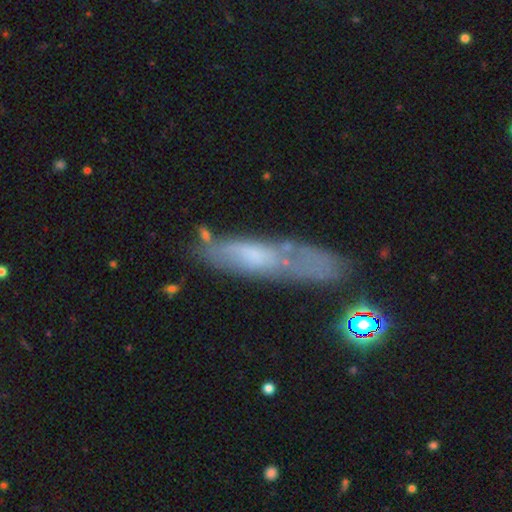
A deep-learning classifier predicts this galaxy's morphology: Q: Smooth or featured?
A: featured or disk (47%); runner-up: smooth (41%)
Q: Merging?
A: none (57%); runner-up: minor disturbance (23%)